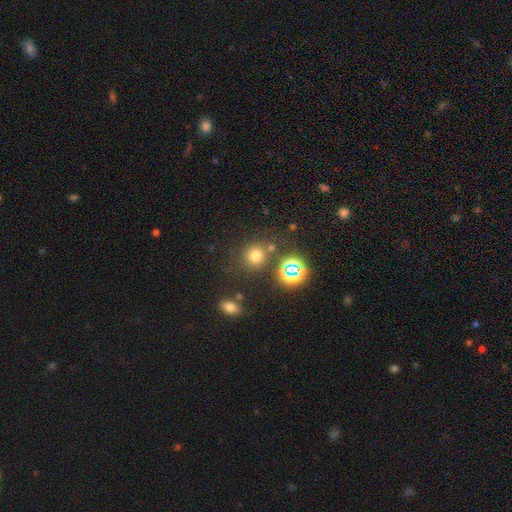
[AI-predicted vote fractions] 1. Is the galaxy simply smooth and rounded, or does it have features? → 68% smooth, 25% star or artifact, 7% featured or disk.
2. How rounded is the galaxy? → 85% round, 14% in between, 1% cigar-shaped.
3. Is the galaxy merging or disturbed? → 74% none, 11% merger, 10% minor disturbance, 5% major disturbance.